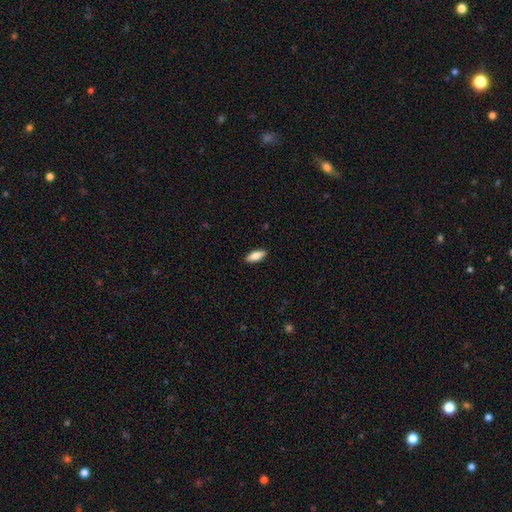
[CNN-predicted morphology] Smooth or featured?
  - smooth: 79% *
  - featured or disk: 15%
  - star or artifact: 6%
How rounded?
  - in between: 73% *
  - cigar-shaped: 24%
  - round: 2%
Merging?
  - none: 90% *
  - minor disturbance: 8%
  - major disturbance: 2%
  - merger: 1%